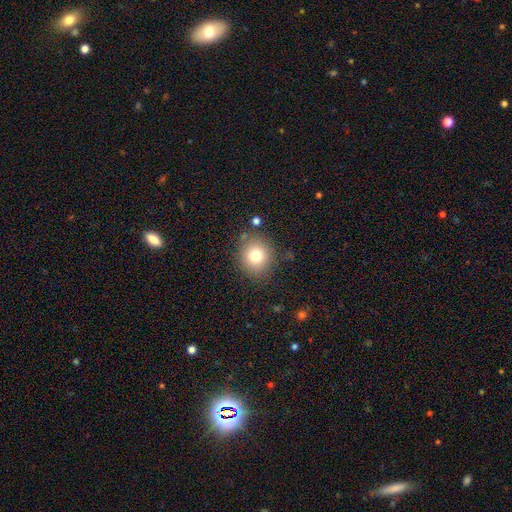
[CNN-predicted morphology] smooth 77%, star or artifact 12%, featured or disk 10%. Down the decision tree: how rounded — round (82%); merging — none (84%).